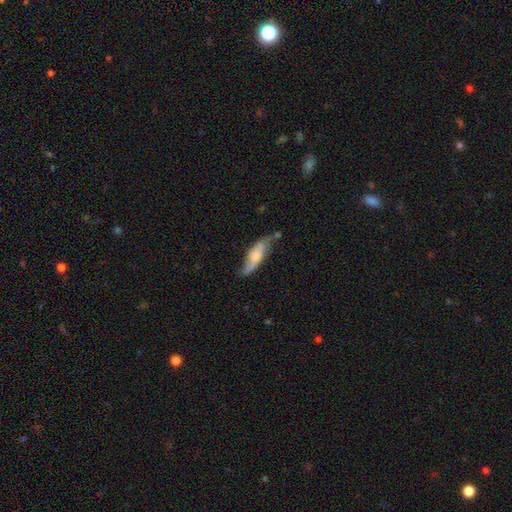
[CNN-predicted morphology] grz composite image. It shows a featured or disk galaxy (48%). Merging: none (54%).